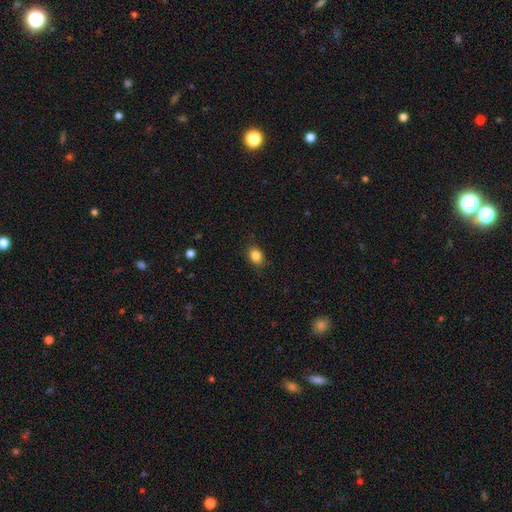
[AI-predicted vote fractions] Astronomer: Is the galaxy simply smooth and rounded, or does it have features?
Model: smooth — 85%.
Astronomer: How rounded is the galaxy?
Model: in between — 64%.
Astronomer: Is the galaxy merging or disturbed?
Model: none — 85%.